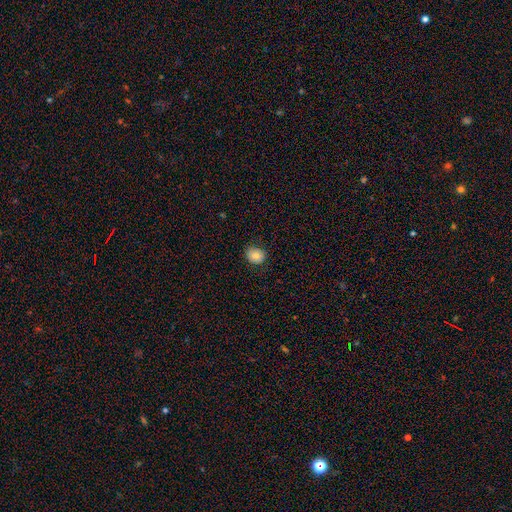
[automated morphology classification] Overall: smooth (80%). How rounded: round (71%). Merging: none (83%).